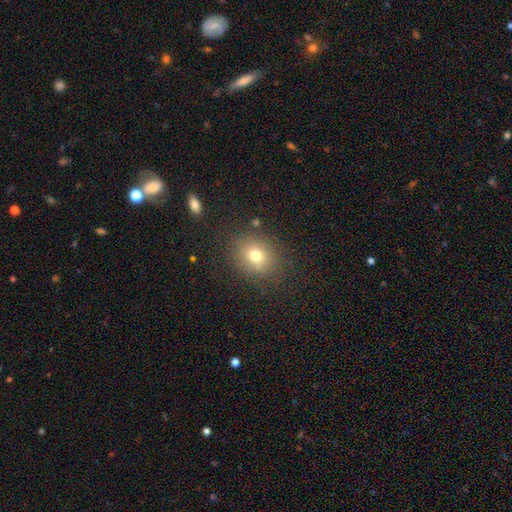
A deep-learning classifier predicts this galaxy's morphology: A smooth galaxy with no disk features (74%) that is round (64%). Merging: none (82%).